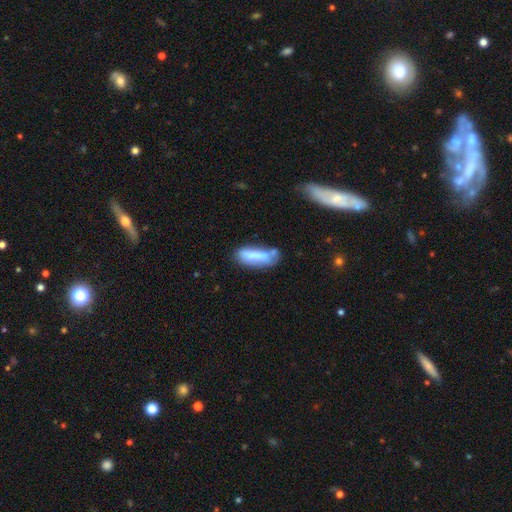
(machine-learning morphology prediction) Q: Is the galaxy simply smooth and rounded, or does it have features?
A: smooth — 67%.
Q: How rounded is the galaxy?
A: cigar-shaped — 50%.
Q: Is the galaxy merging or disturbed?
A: none — 46%.